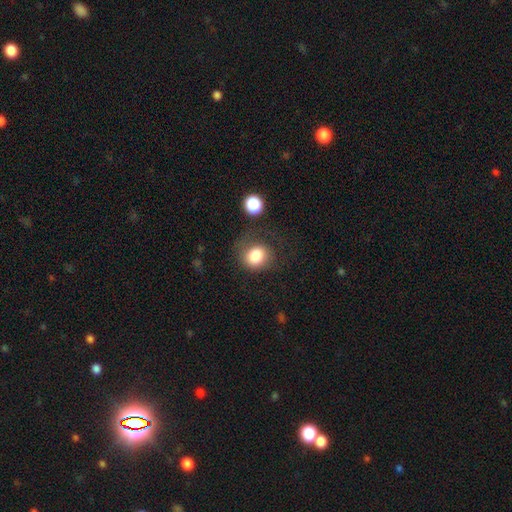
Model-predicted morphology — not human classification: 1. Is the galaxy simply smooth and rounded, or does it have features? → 82% smooth, 10% star or artifact, 8% featured or disk.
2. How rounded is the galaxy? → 75% round, 24% in between, 1% cigar-shaped.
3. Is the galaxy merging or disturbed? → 63% none, 20% minor disturbance, 13% major disturbance, 4% merger.